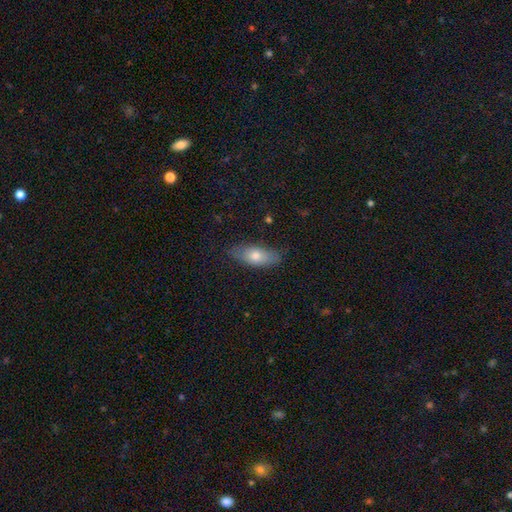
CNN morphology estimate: smooth-or-featured: smooth: 68% | featured or disk: 25% | star or artifact: 7%
  how-rounded: in between: 73% | cigar-shaped: 23% | round: 3%
  merging: none: 82% | minor disturbance: 14% | major disturbance: 3% | merger: 1%